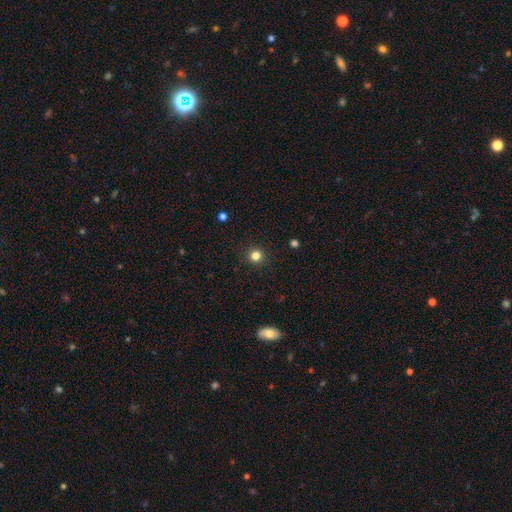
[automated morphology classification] Q: Smooth or featured?
A: smooth (82%); runner-up: star or artifact (14%)
Q: How rounded?
A: round (94%); runner-up: in between (5%)
Q: Merging?
A: none (92%); runner-up: minor disturbance (5%)